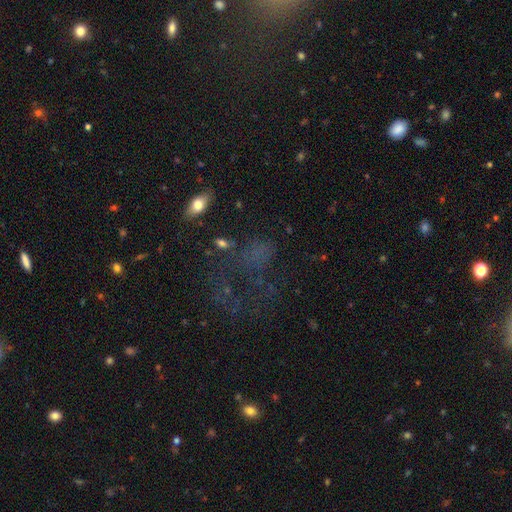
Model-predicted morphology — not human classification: smooth-or-featured: smooth: 42% | star or artifact: 30% | featured or disk: 28%
  merging: none: 44% | major disturbance: 34% | minor disturbance: 15% | merger: 6%